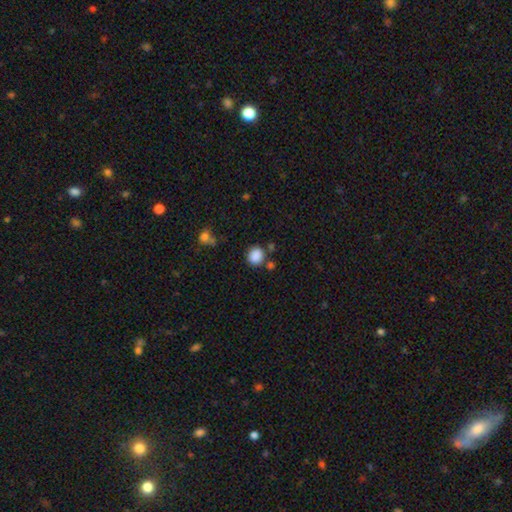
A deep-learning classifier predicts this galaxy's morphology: type=smooth (87%); roundness=round (81%); merging=none (76%).